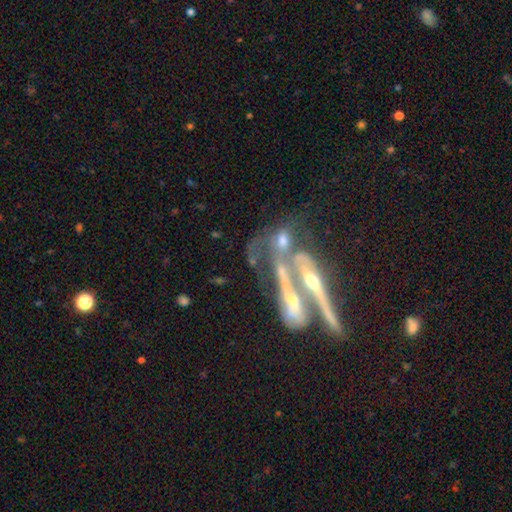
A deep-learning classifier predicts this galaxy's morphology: featured or disk 74%, smooth 16%, star or artifact 10%. Down the decision tree: edge-on disk — yes (52%); merging — merger (56%).